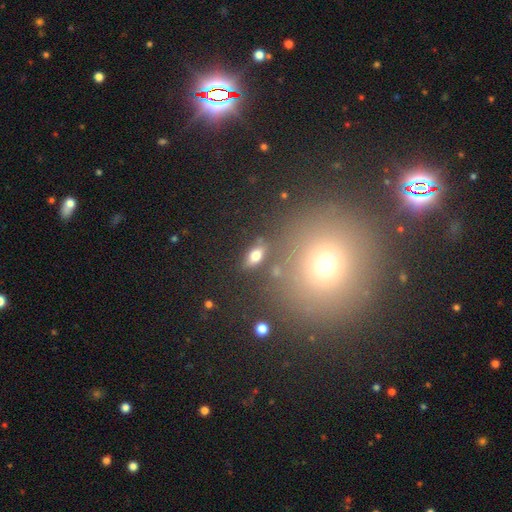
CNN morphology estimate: smooth-or-featured: smooth: 72% | featured or disk: 15% | star or artifact: 13%
  how-rounded: in between: 84% | cigar-shaped: 8% | round: 8%
  merging: none: 79% | minor disturbance: 11% | merger: 5% | major disturbance: 4%